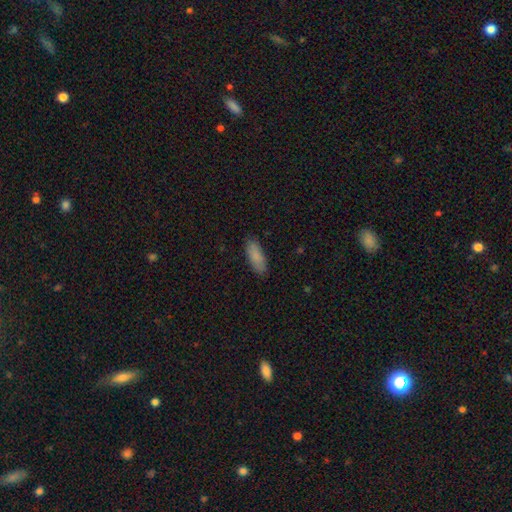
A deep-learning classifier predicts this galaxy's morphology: This appears to be a smooth galaxy with no disk features (86%) that is in between round and cigar-shaped (71%). Merging: none (85%).